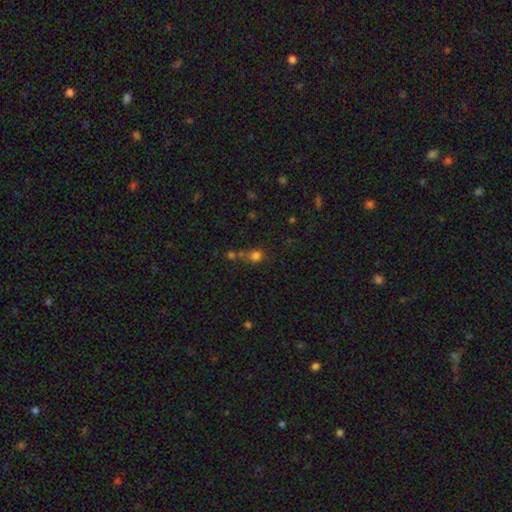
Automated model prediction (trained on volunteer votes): A smooth galaxy with no disk features (75%) that is round (83%).

Vote fractions:
- Smooth or featured? smooth: 75% / star or artifact: 17% / featured or disk: 7%
- How rounded? round: 83% / in between: 16% / cigar-shaped: 1%
- Merging? none: 51% / merger: 30% / minor disturbance: 12% / major disturbance: 6%